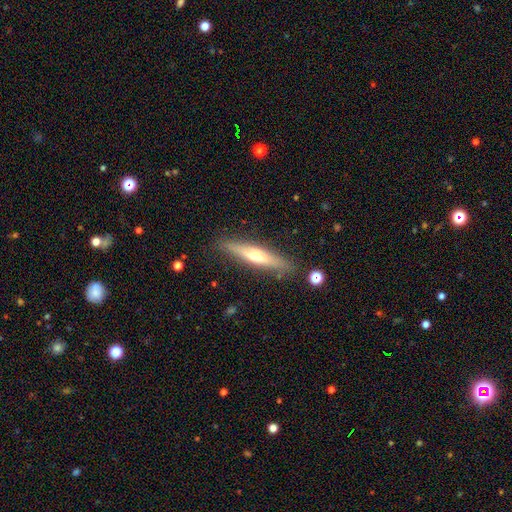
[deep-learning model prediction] Q: Smooth or featured?
A: featured or disk (53%); runner-up: smooth (41%)
Q: Edge-on disk?
A: yes (93%); runner-up: no (7%)
Q: Merging?
A: none (86%); runner-up: minor disturbance (10%)